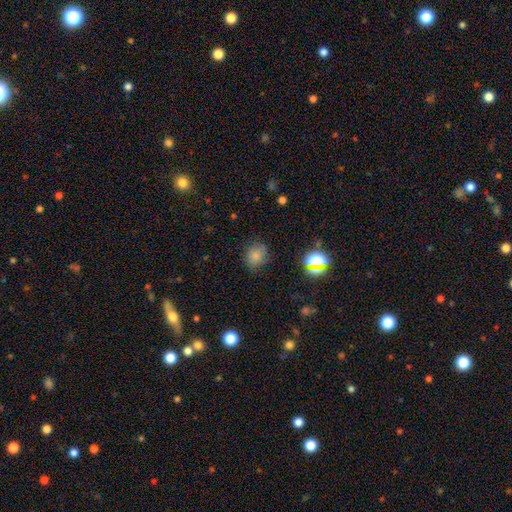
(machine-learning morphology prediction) This appears to be a smooth galaxy with no disk features (75%) that is round (59%). Merging: none (74%).